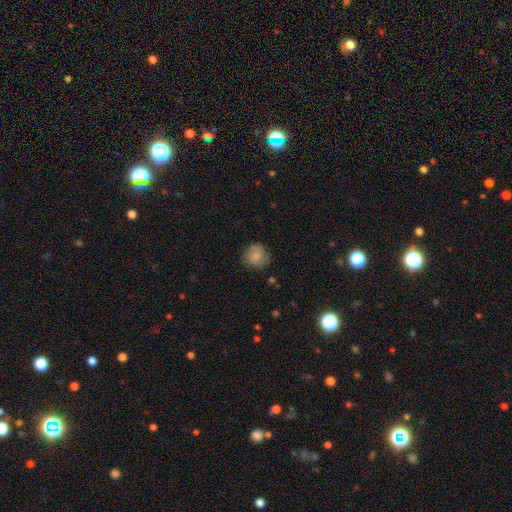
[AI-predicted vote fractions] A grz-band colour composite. It shows a smooth galaxy with no disk features (79%) that is round (88%). Merging: none (77%).